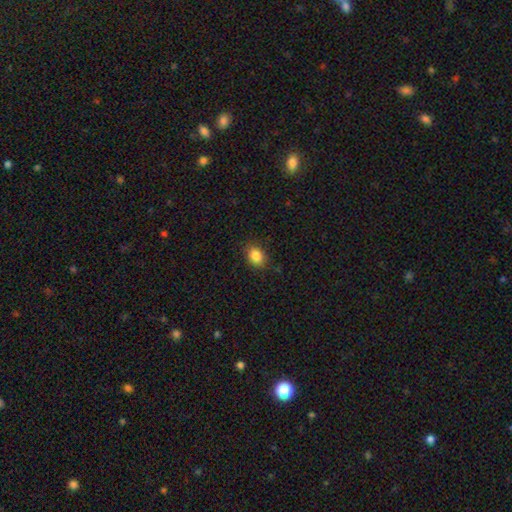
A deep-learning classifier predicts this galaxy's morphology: Smooth or featured? smooth (86%)
How rounded? in between (71%)
Merging? none (86%)